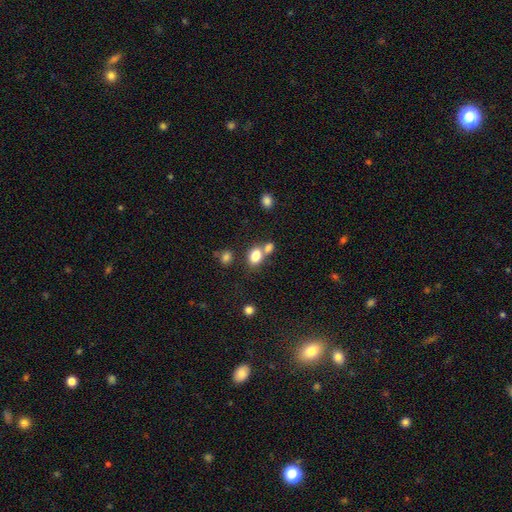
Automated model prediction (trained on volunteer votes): The model was most divided on "merging": none: 45%, merger: 40%, minor disturbance: 10%, major disturbance: 4%. More confident: smooth or featured — smooth (81%); how rounded — in between (68%).